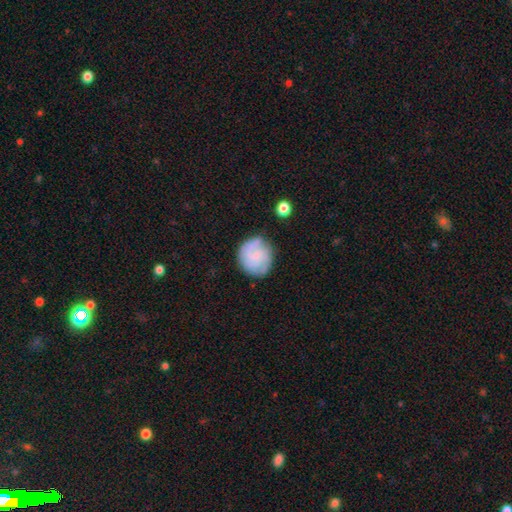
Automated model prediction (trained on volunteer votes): Smooth or featured: featured or disk — 57% (smooth — 35%)
Edge-on disk: no — 98% (yes — 2%)
Bar: no — 68% (weak — 29%)
Spiral arms: yes — 88% (no — 12%)
Bulge size: small — 62% (none — 20%)
Merging: none — 72% (minor disturbance — 19%)